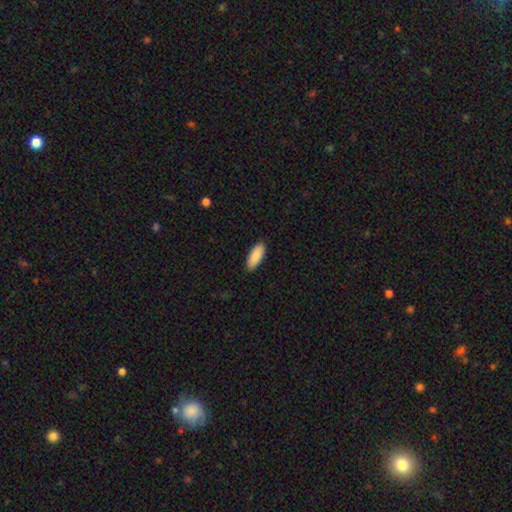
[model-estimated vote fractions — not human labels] smooth-or-featured: smooth: 90% | star or artifact: 6% | featured or disk: 4%
  how-rounded: in between: 77% | cigar-shaped: 22% | round: 2%
  merging: none: 90% | minor disturbance: 7% | major disturbance: 2% | merger: 1%